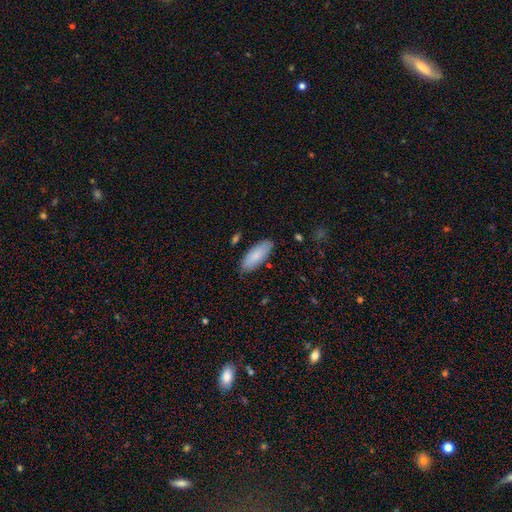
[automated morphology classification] A smooth galaxy with no disk features (82%) that is in between round and cigar-shaped (78%). Merging: none (83%).